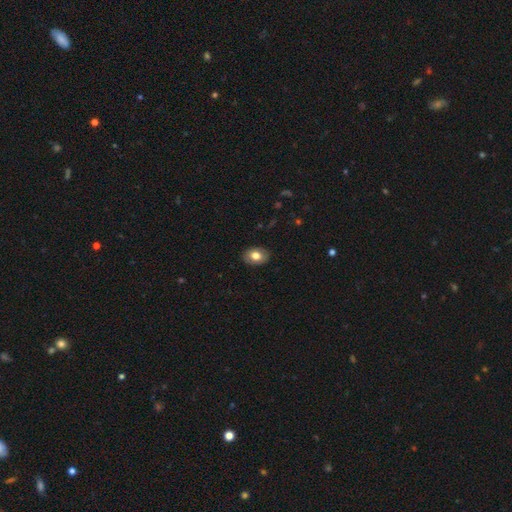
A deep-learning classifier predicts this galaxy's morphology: smooth_or_featured: smooth (p=0.77) [alt: featured or disk p=0.16]
how_rounded: in between (p=0.79) [alt: round p=0.20]
merging: none (p=0.88) [alt: minor disturbance p=0.09]